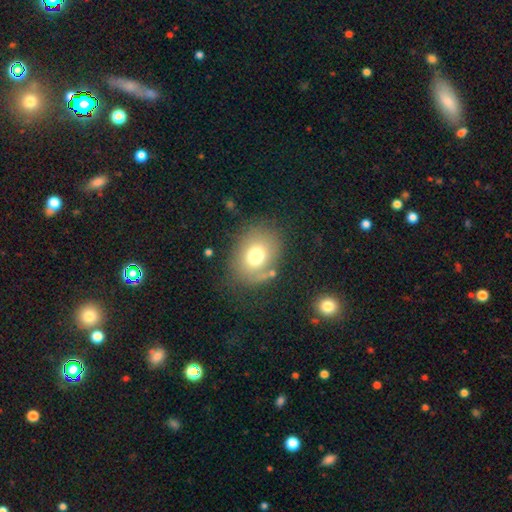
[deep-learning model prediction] A smooth galaxy with no disk features (70%) that is round (50%). Merging: none (70%).